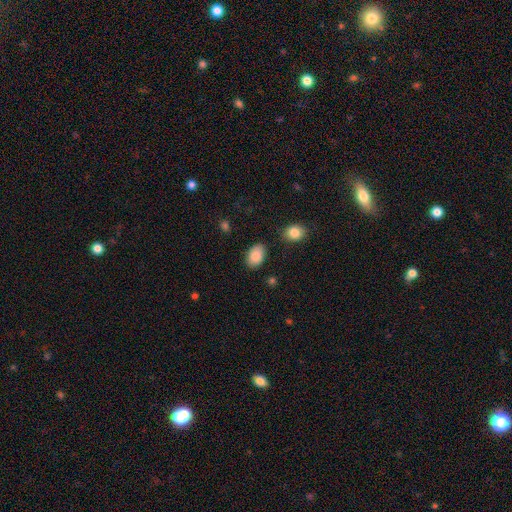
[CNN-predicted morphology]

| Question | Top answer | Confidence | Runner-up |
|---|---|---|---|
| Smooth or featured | smooth | 89% | star or artifact (7%) |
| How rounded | in between | 89% | round (10%) |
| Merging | none | 83% | minor disturbance (12%) |